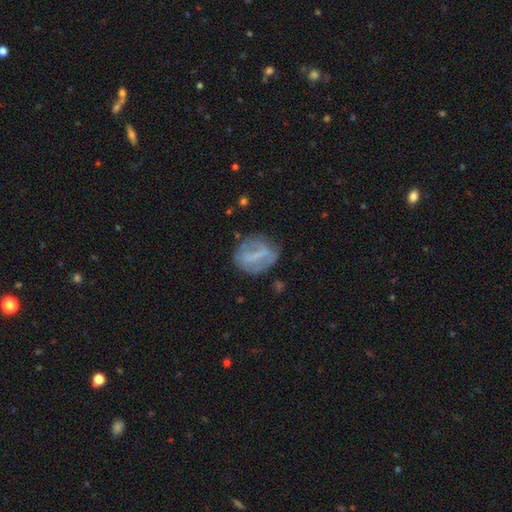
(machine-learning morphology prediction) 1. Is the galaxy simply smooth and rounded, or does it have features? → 50% featured or disk, 40% smooth, 10% star or artifact.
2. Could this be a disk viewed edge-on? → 92% no, 8% yes.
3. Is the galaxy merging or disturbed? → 67% none, 20% minor disturbance, 11% major disturbance, 3% merger.